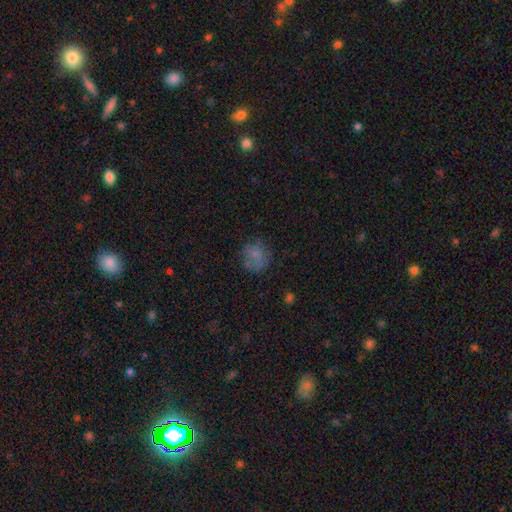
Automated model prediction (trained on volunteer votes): smooth_or_featured: smooth (p=0.69) [alt: featured or disk p=0.18]
how_rounded: round (p=0.81) [alt: in between p=0.18]
merging: none (p=0.66) [alt: minor disturbance p=0.20]